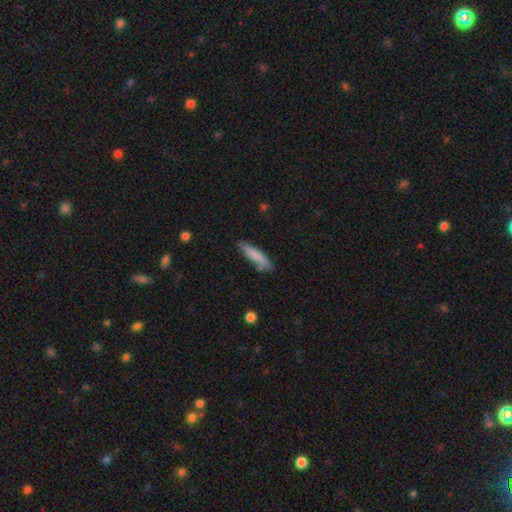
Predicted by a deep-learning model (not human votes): smooth 78%, featured or disk 15%, star or artifact 6%. Down the decision tree: how rounded — cigar-shaped (83%); merging — none (82%).